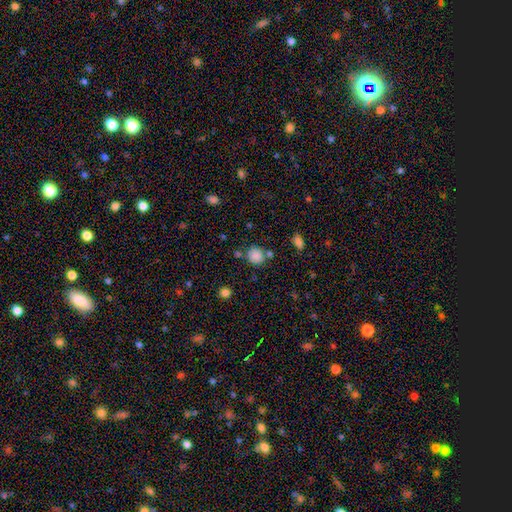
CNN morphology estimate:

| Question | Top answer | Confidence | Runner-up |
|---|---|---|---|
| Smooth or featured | smooth | 84% | star or artifact (11%) |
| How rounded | round | 84% | in between (15%) |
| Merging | none | 75% | minor disturbance (12%) |